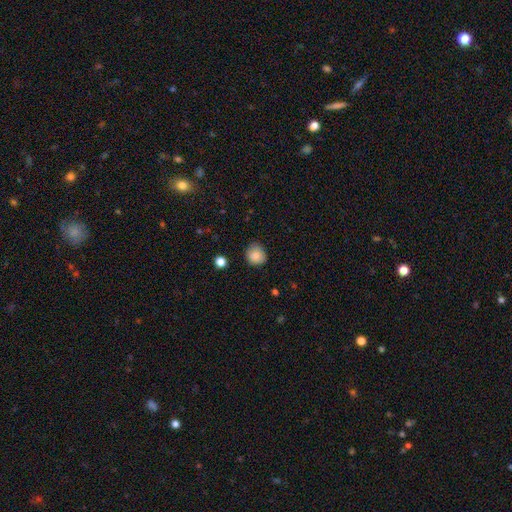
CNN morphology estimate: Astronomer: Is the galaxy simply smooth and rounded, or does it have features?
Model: smooth — 87%.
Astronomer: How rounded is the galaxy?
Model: round — 85%.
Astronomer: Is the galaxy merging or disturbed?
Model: none — 81%.